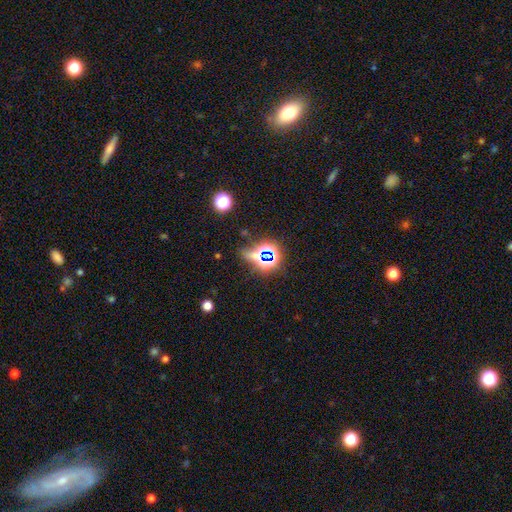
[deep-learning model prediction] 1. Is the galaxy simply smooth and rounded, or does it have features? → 70% star or artifact, 21% smooth, 10% featured or disk.